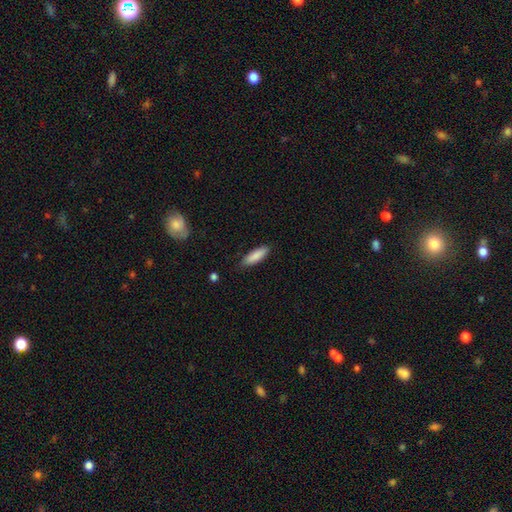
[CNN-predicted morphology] type=smooth (87%); roundness=cigar-shaped (51%); merging=none (85%).